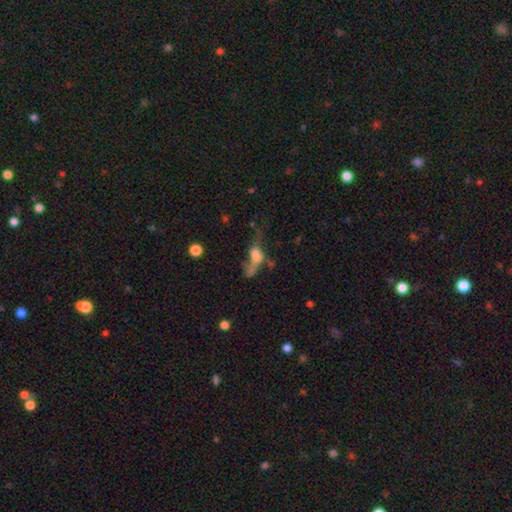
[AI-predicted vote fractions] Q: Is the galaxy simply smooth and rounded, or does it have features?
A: smooth — 42%.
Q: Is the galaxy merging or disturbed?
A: major disturbance — 36%.